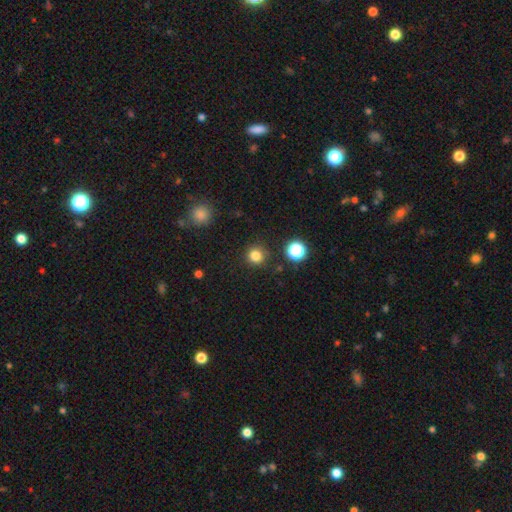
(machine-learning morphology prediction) smooth_or_featured: smooth (p=0.81) [alt: star or artifact p=0.14]
how_rounded: round (p=0.94) [alt: in between p=0.05]
merging: none (p=0.89) [alt: minor disturbance p=0.06]